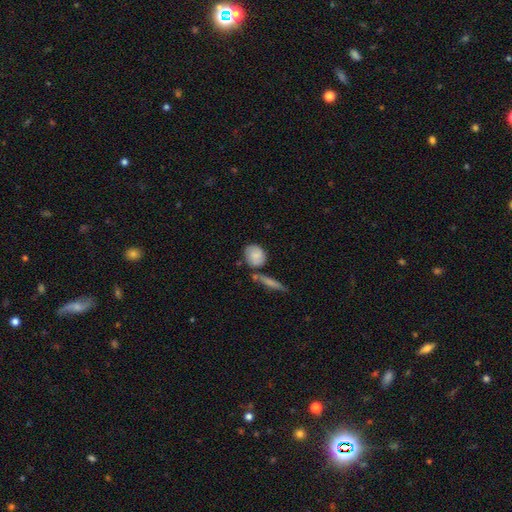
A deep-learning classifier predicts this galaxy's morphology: Q: Smooth or featured?
A: smooth (76%); runner-up: featured or disk (17%)
Q: How rounded?
A: round (59%); runner-up: in between (37%)
Q: Merging?
A: none (59%); runner-up: minor disturbance (19%)